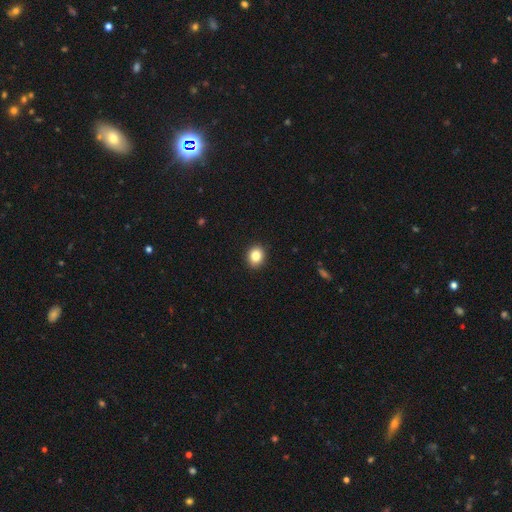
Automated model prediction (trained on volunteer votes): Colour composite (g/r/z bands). It shows a smooth galaxy with no disk features (85%) that is round (68%). Merging: none (91%).